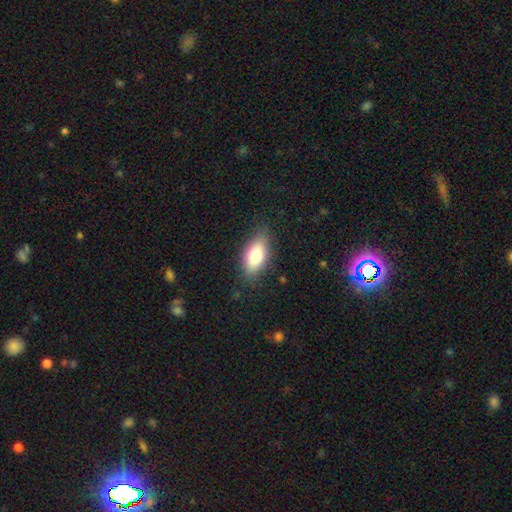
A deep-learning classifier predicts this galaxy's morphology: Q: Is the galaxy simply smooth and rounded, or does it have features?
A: smooth — 79%.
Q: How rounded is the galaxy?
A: in between — 88%.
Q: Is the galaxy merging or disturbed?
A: none — 81%.